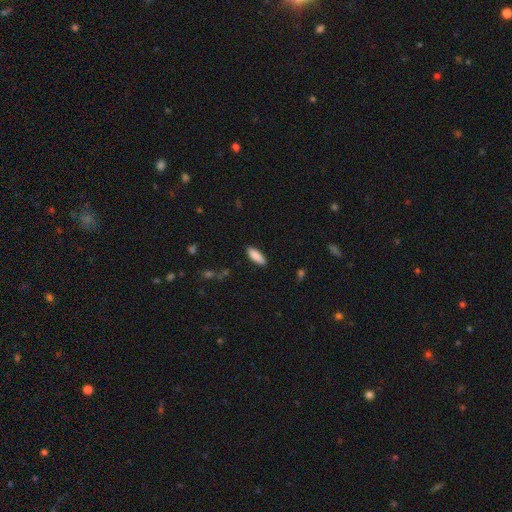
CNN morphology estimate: Smooth or featured?
  - smooth: 89% *
  - star or artifact: 6%
  - featured or disk: 5%
How rounded?
  - in between: 67% *
  - cigar-shaped: 32%
  - round: 2%
Merging?
  - none: 87% *
  - minor disturbance: 9%
  - major disturbance: 2%
  - merger: 1%